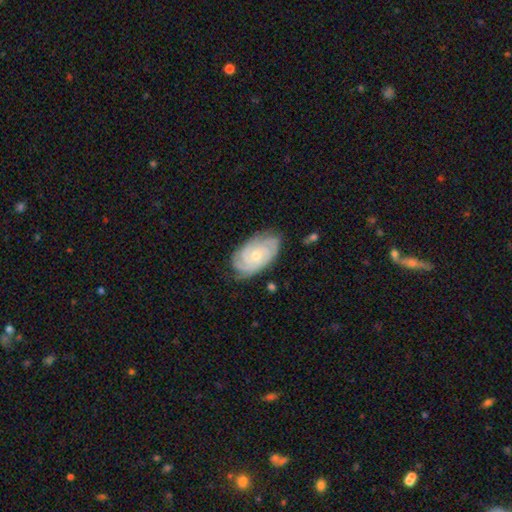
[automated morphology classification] The model was most divided on "spiral arm count": 3: 33%, can't tell: 21%, 4: 20%, 2: 15%, more than 4: 6%, 1: 5%. More confident: spiral arms — yes (97%); edge-on disk — no (97%); smooth or featured — featured or disk (85%); merging — none (77%); spiral winding — tight (75%); bar — no (74%); bulge size — small (56%).